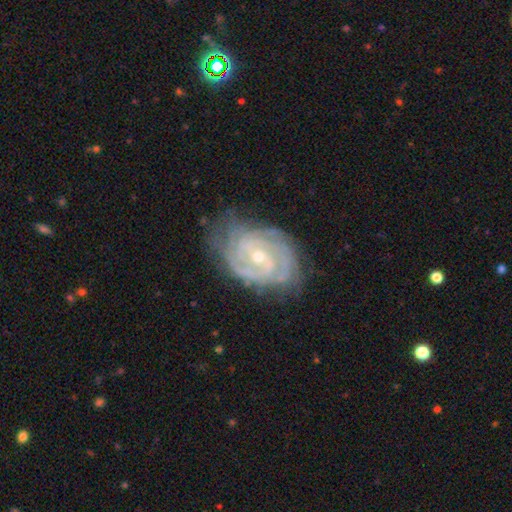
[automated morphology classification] Smooth or featured? featured or disk (85%)
Edge-on disk? no (96%)
Bar? no (46%)
Spiral arms? yes (94%)
Spiral winding? tight (69%)
Spiral arm count? 2 (36%)
Bulge size? small (59%)
Merging? none (70%)